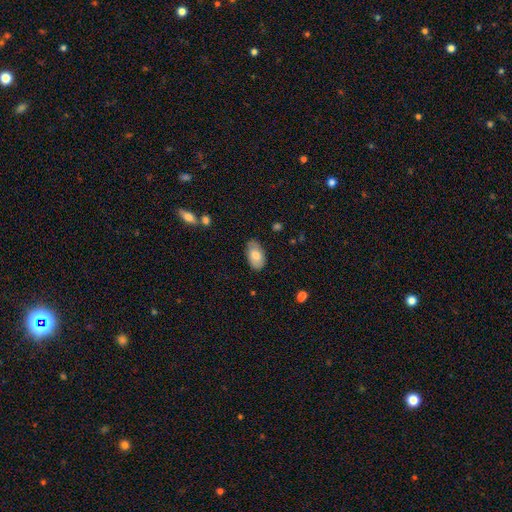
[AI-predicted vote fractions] This appears to be a smooth galaxy with no disk features (77%) that is in between round and cigar-shaped (94%). Merging: none (78%).